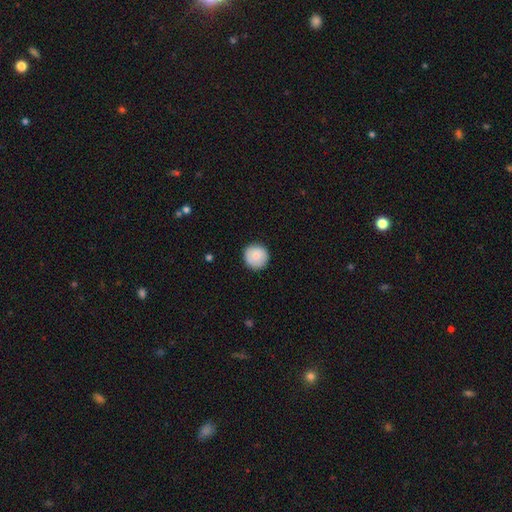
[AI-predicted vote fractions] Morphology: type=smooth (84%); roundness=round (94%); merging=none (88%).